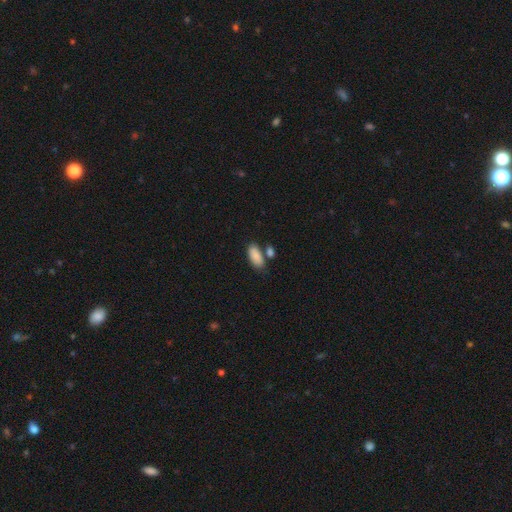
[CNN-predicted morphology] Q: Smooth or featured?
A: smooth (87%); runner-up: star or artifact (7%)
Q: How rounded?
A: in between (91%); runner-up: cigar-shaped (6%)
Q: Merging?
A: none (57%); runner-up: merger (24%)